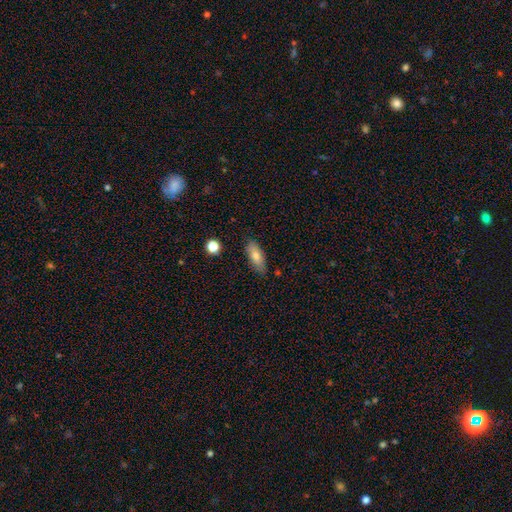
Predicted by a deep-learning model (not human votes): Smooth or featured?
  - smooth: 73% *
  - featured or disk: 19%
  - star or artifact: 7%
How rounded?
  - in between: 74% *
  - cigar-shaped: 23%
  - round: 3%
Merging?
  - none: 83% *
  - minor disturbance: 13%
  - major disturbance: 2%
  - merger: 2%